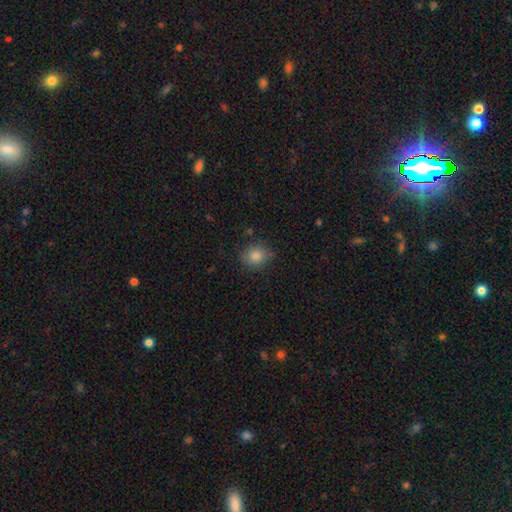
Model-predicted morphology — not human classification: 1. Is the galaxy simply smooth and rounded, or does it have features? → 83% smooth, 11% star or artifact, 6% featured or disk.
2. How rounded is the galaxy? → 68% round, 31% in between, 1% cigar-shaped.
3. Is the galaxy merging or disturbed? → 81% none, 14% minor disturbance, 3% major disturbance, 1% merger.